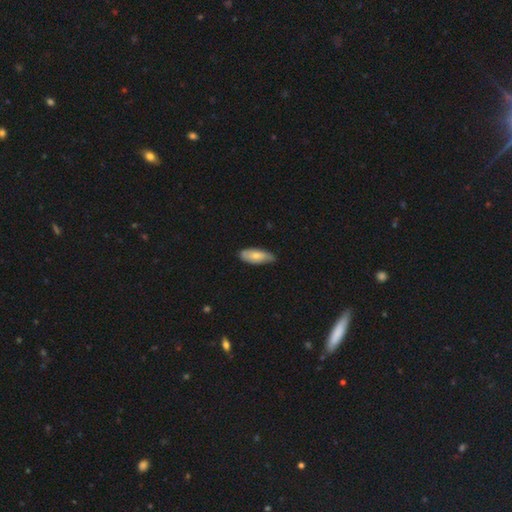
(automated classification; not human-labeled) smooth 70%, featured or disk 24%, star or artifact 5%. Down the decision tree: how rounded — in between (83%); merging — none (73%).